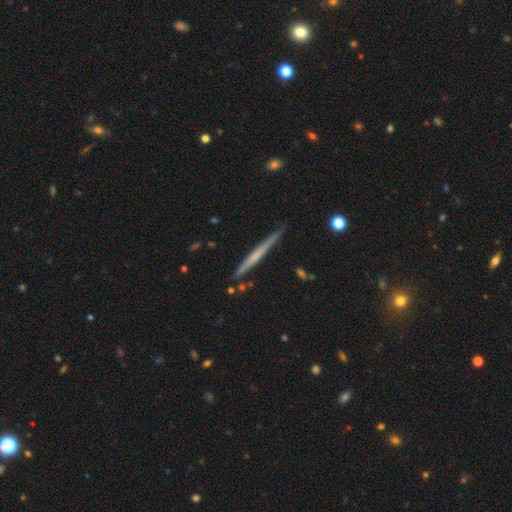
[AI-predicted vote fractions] Overall: featured or disk (57%; smooth 37%). Edge-on disk: yes (98%). Edge-on bulge: none (72%). Merging: none (88%).